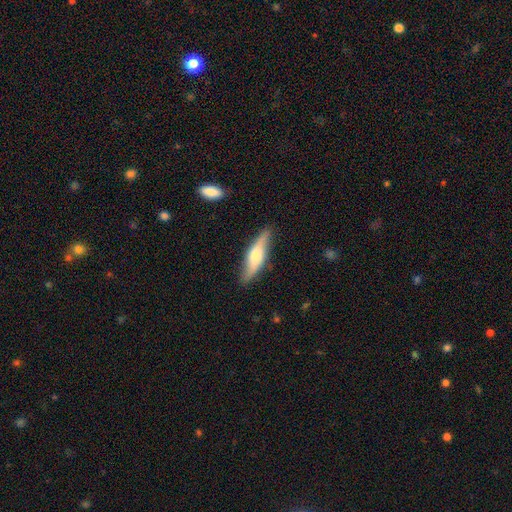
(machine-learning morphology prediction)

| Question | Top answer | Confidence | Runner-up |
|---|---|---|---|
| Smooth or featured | smooth | 51% | featured or disk (43%) |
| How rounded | cigar-shaped | 69% | in between (28%) |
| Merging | none | 83% | minor disturbance (13%) |